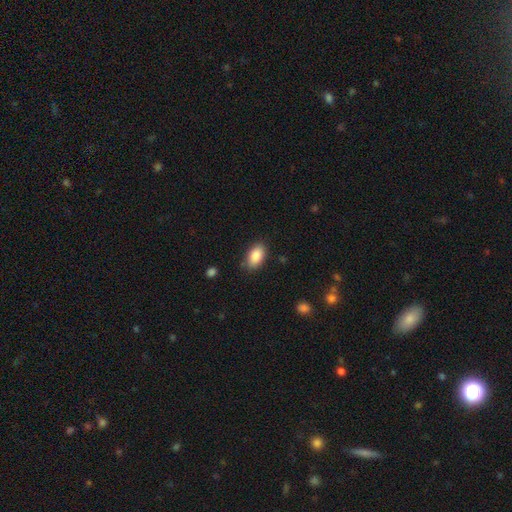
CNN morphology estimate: Smooth or featured?
  - smooth: 87% *
  - star or artifact: 7%
  - featured or disk: 6%
How rounded?
  - in between: 92% *
  - round: 6%
  - cigar-shaped: 2%
Merging?
  - none: 82% *
  - minor disturbance: 13%
  - major disturbance: 3%
  - merger: 1%